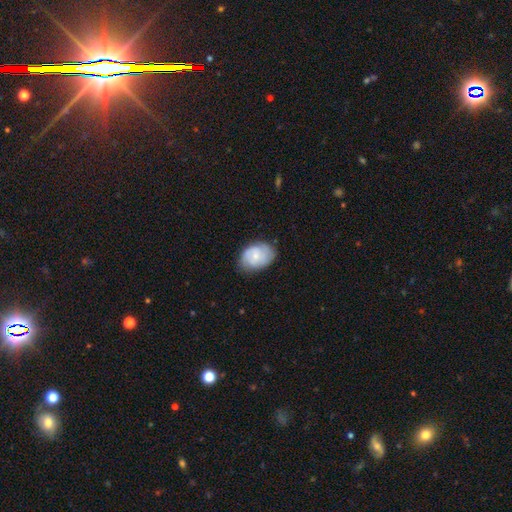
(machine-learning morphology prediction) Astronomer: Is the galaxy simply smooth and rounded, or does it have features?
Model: smooth — 58% (runner-up: featured or disk, 36%).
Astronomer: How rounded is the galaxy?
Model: in between — 77%.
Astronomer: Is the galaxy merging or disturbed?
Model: none — 71%.